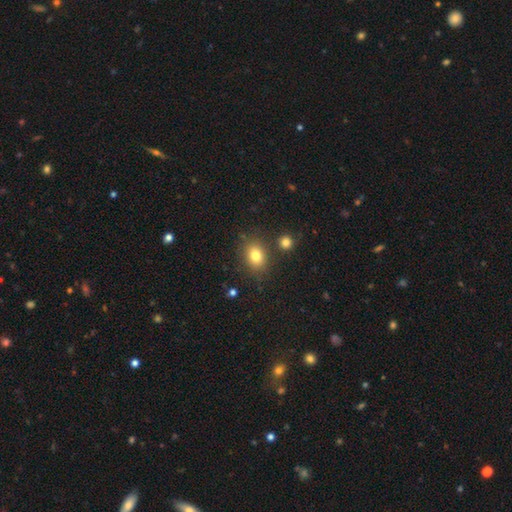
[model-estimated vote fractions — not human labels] smooth_or_featured: smooth (p=0.79) [alt: star or artifact p=0.12]
how_rounded: in between (p=0.54) [alt: round p=0.45]
merging: none (p=0.78) [alt: minor disturbance p=0.11]